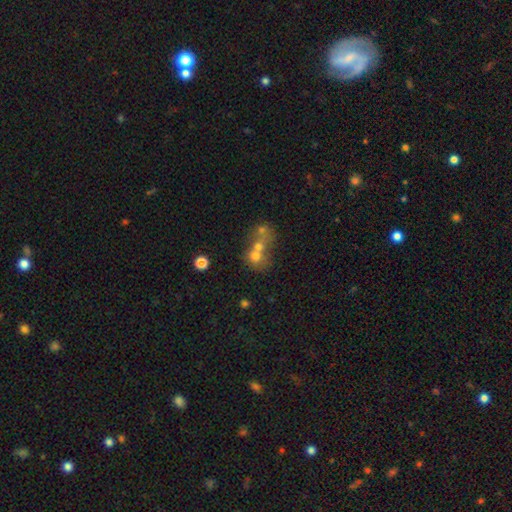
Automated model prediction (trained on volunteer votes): Overall: smooth (61%; featured or disk 24%). How rounded: round (71%). Merging: merger (67%).